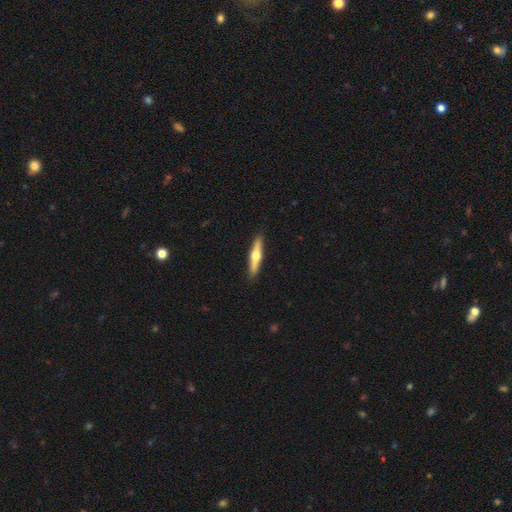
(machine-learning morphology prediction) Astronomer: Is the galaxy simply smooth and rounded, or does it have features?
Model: featured or disk — 54% (runner-up: smooth, 41%).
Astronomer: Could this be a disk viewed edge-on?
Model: yes — 95%.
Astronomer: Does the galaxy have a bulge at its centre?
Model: rounded — 93%.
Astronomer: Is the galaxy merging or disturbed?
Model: none — 91%.